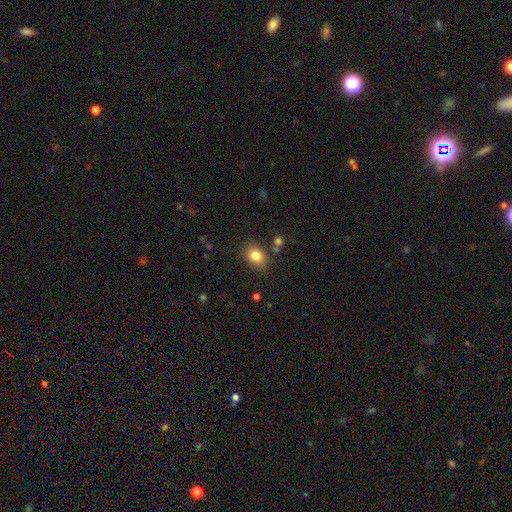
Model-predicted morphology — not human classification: Overall: smooth (83%). How rounded: in between (60%; round 39%). Merging: none (80%).